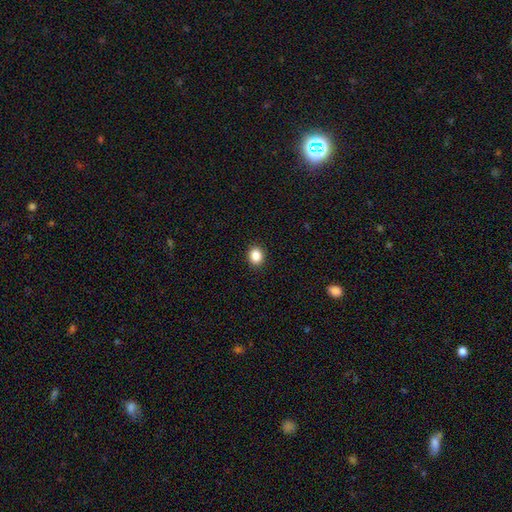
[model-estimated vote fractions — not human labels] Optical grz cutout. It shows a smooth galaxy with no disk features (87%) that is round (65%). Merging: none (92%).